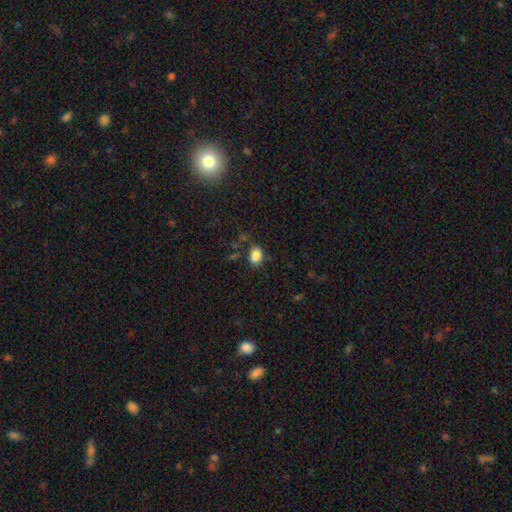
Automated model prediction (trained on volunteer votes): Smooth or featured?
  - smooth: 85% *
  - star or artifact: 10%
  - featured or disk: 5%
How rounded?
  - in between: 77% *
  - round: 22%
  - cigar-shaped: 1%
Merging?
  - none: 70% *
  - minor disturbance: 19%
  - major disturbance: 6%
  - merger: 5%